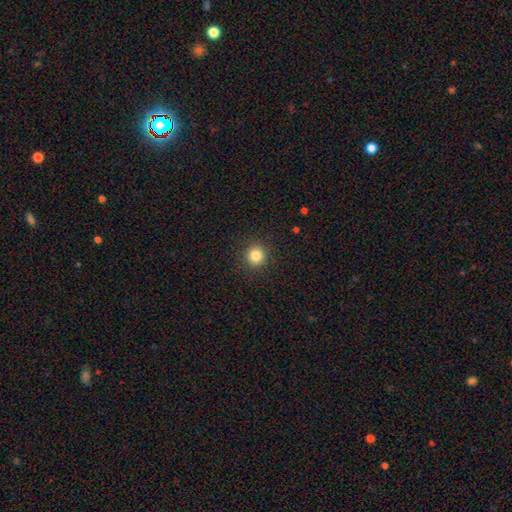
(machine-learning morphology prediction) Smooth or featured: smooth — 84% (star or artifact — 11%)
How rounded: round — 94% (in between — 6%)
Merging: none — 92% (minor disturbance — 5%)